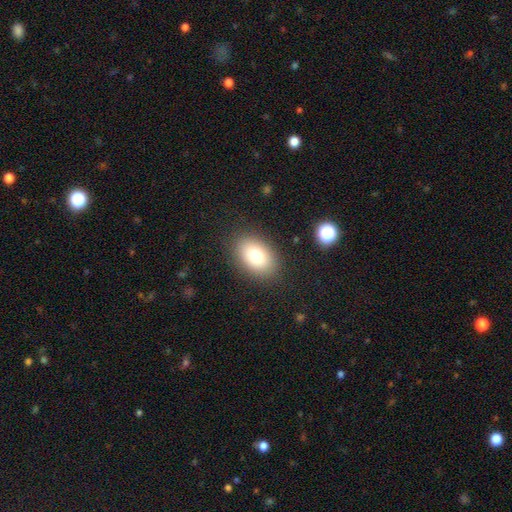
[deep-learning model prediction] Smooth or featured?
  - smooth: 79% *
  - featured or disk: 12%
  - star or artifact: 10%
How rounded?
  - in between: 83% *
  - round: 16%
  - cigar-shaped: 1%
Merging?
  - none: 86% *
  - minor disturbance: 9%
  - major disturbance: 3%
  - merger: 1%